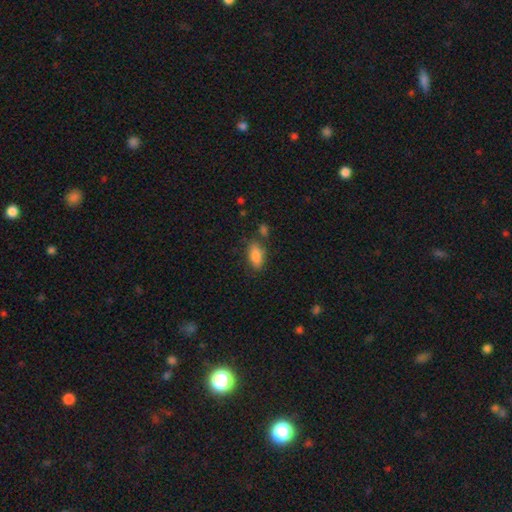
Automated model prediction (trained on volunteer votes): smooth 85%, star or artifact 8%, featured or disk 8%. Down the decision tree: how rounded — in between (87%); merging — none (72%).